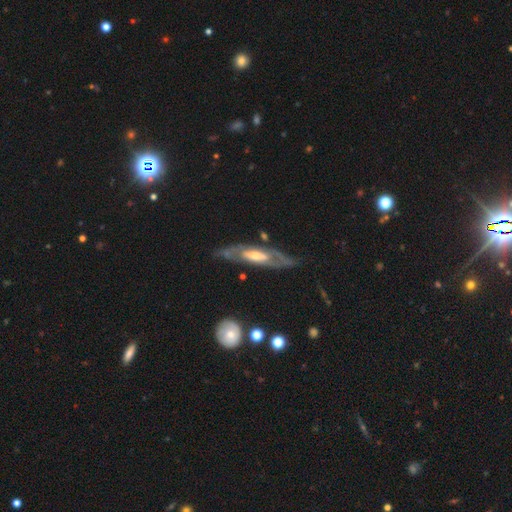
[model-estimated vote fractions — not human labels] featured or disk 78%, smooth 16%, star or artifact 5%. Down the decision tree: edge-on disk — no (71%); bar — no (44%); spiral arms — yes (74%); bulge size — moderate (49%); merging — none (66%).